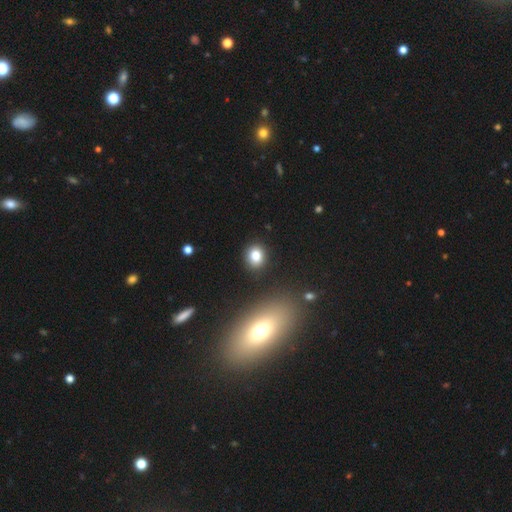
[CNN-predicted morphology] Q: Smooth or featured?
A: smooth (82%); runner-up: star or artifact (11%)
Q: How rounded?
A: round (65%); runner-up: in between (34%)
Q: Merging?
A: none (88%); runner-up: minor disturbance (7%)